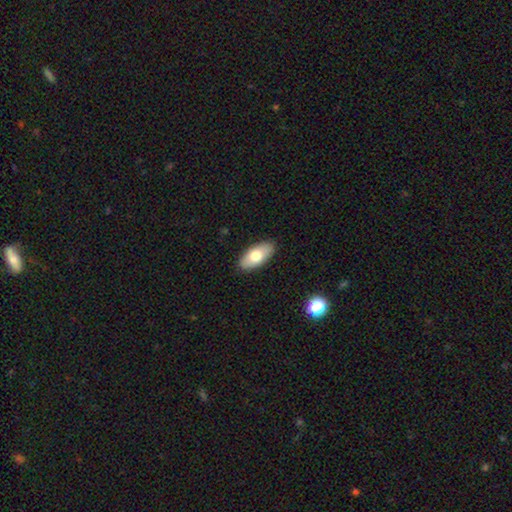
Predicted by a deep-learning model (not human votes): A smooth galaxy with no disk features (74%) that is in between round and cigar-shaped (92%).

Vote fractions:
- Smooth or featured? smooth: 74% / featured or disk: 20% / star or artifact: 6%
- How rounded? in between: 92% / cigar-shaped: 6% / round: 2%
- Merging? none: 89% / minor disturbance: 8% / major disturbance: 2% / merger: 1%